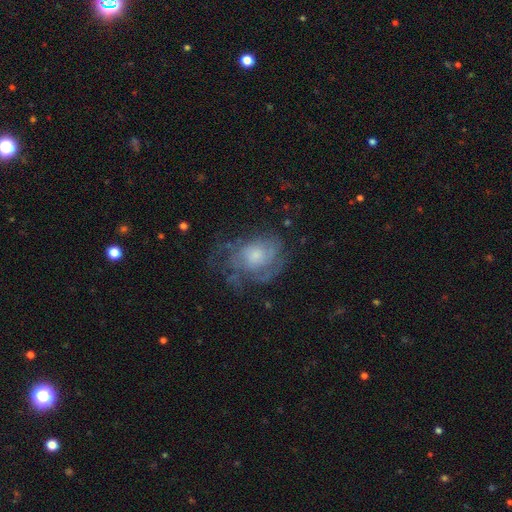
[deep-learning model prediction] smooth-or-featured: featured or disk: 67% | smooth: 24% | star or artifact: 9%
  disk-edge-on: no: 97% | yes: 3%
    bar: no: 79% | weak: 19% | strong: 3%
    has-spiral-arms: yes: 76% | no: 24%
    bulge-size: moderate: 40% | small: 35% | large: 14% | none: 9% | dominant: 2%
  merging: none: 52% | minor disturbance: 23% | major disturbance: 23% | merger: 2%